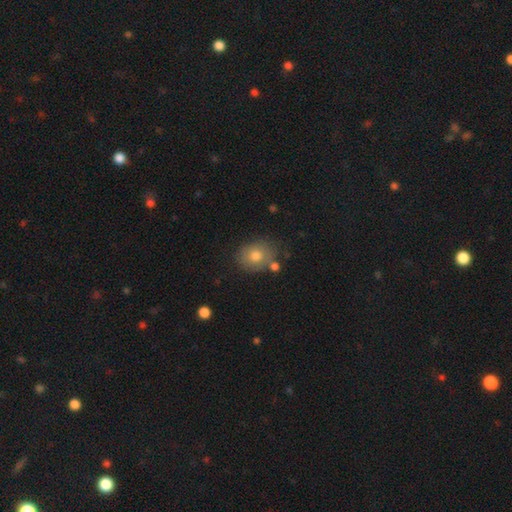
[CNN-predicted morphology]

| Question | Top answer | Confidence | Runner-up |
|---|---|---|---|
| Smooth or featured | smooth | 73% | featured or disk (16%) |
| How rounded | round | 54% | in between (45%) |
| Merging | none | 73% | minor disturbance (15%) |